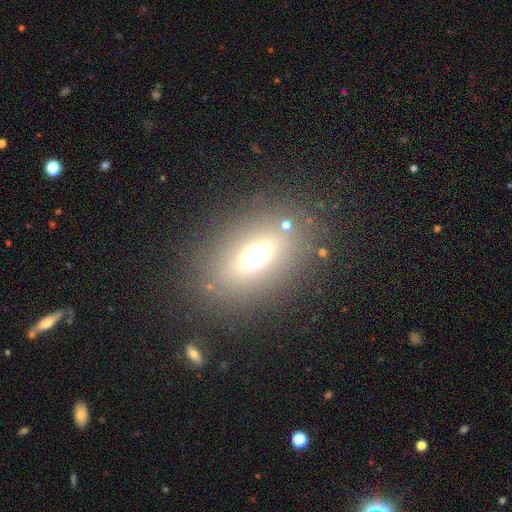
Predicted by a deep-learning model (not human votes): This appears to be a smooth galaxy with no disk features (57%) that is in between round and cigar-shaped (75%). Merging: none (81%).